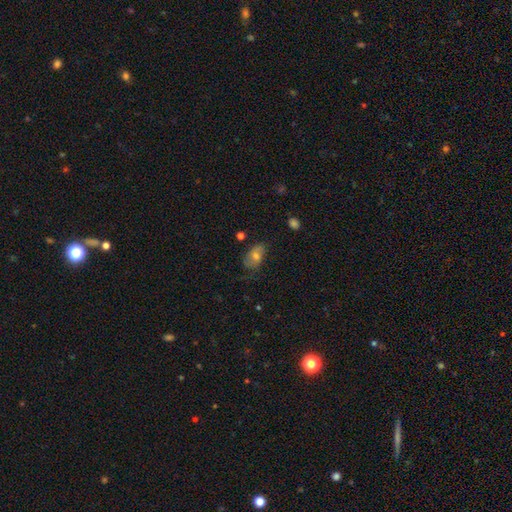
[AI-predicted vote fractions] A smooth galaxy with no disk features (50%) that is in between round and cigar-shaped (85%).

Vote fractions:
- Smooth or featured? smooth: 50% / featured or disk: 37% / star or artifact: 13%
- How rounded? in between: 85% / round: 13% / cigar-shaped: 3%
- Merging? none: 57% / minor disturbance: 28% / major disturbance: 13% / merger: 2%